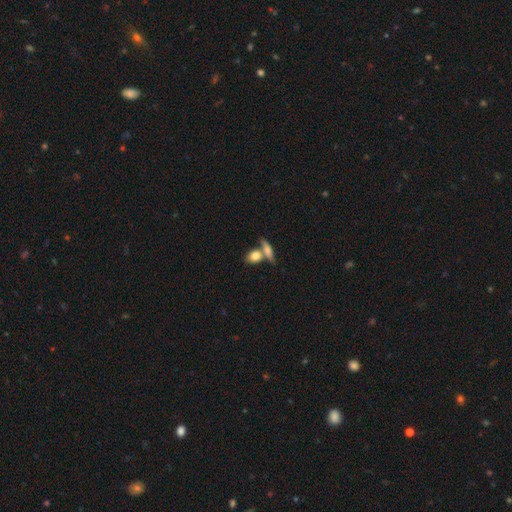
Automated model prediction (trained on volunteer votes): Smooth or featured? Predicted: smooth (p=0.78). How rounded? Predicted: in between (p=0.59). Merging? Predicted: none (p=0.44).